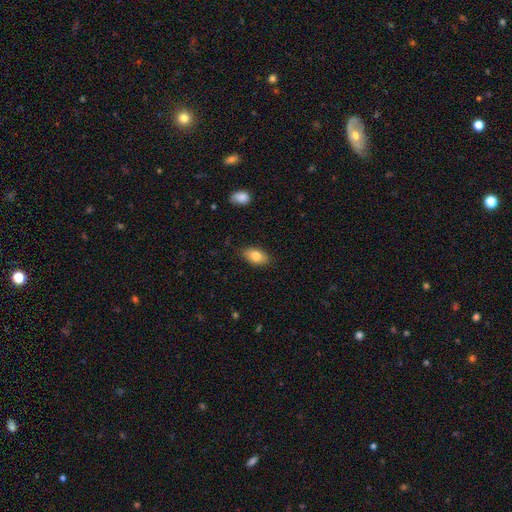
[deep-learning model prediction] A smooth galaxy with no disk features (82%) that is in between round and cigar-shaped (92%). Merging: none (85%).